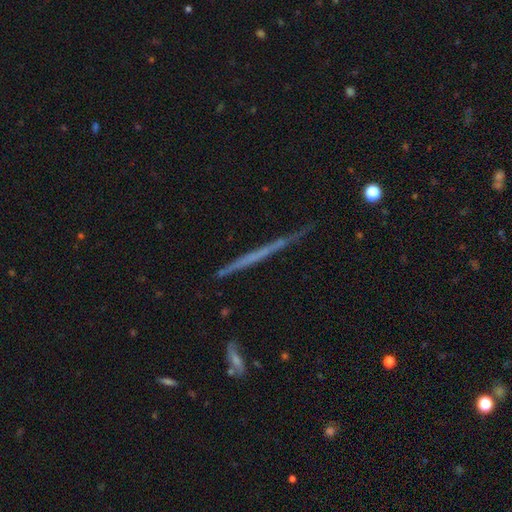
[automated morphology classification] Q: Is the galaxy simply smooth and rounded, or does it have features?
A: featured or disk — 59%.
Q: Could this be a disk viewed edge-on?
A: yes — 97%.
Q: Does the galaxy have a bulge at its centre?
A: none — 85%.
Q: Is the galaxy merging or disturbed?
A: none — 88%.